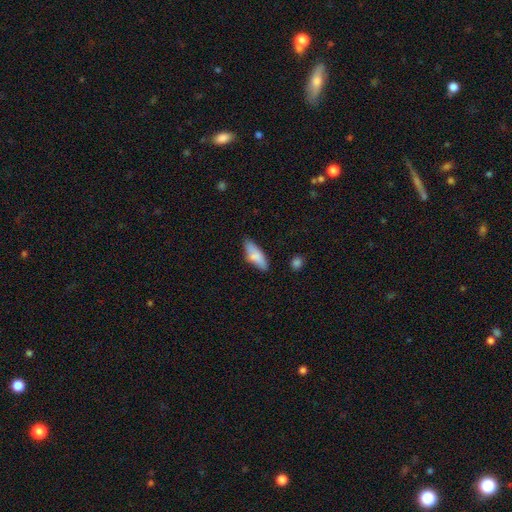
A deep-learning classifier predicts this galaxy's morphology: smooth_or_featured: smooth (p=0.78) [alt: featured or disk p=0.16]
how_rounded: in between (p=0.58) [alt: cigar-shaped p=0.40]
merging: none (p=0.72) [alt: minor disturbance p=0.20]